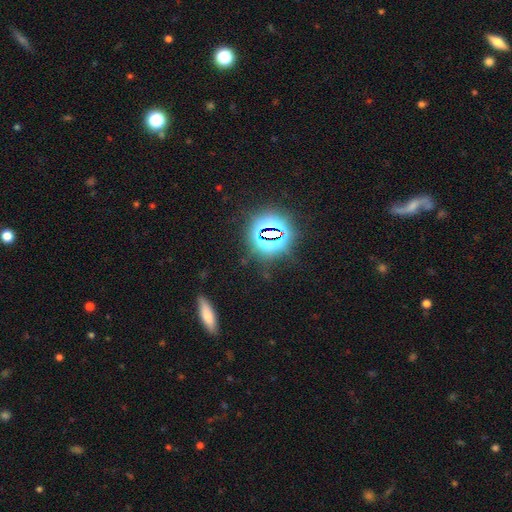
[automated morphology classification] This appears to be a star or artifact, not a galaxy (71%).